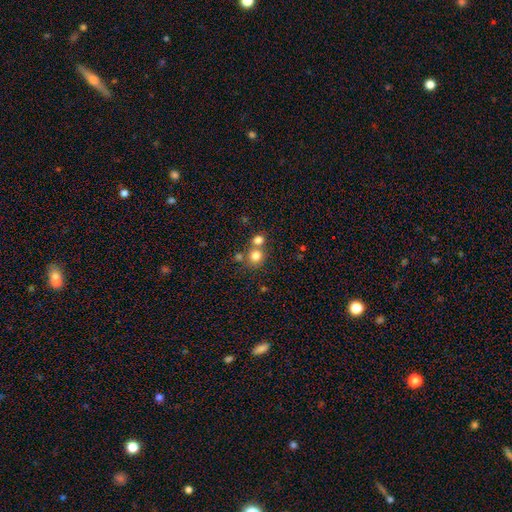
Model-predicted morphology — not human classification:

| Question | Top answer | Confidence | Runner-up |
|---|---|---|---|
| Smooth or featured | smooth | 79% | star or artifact (13%) |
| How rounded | round | 87% | in between (12%) |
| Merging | none | 54% | merger (37%) |